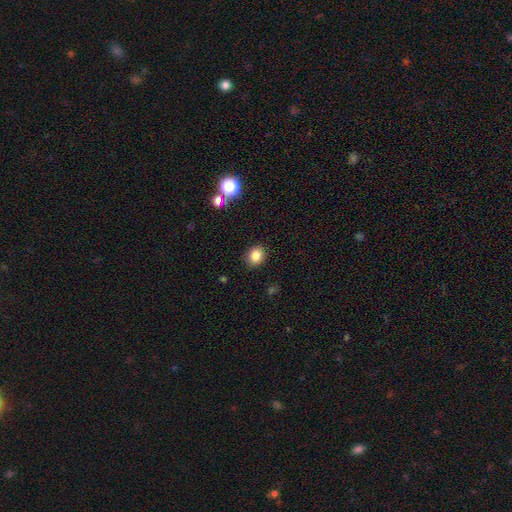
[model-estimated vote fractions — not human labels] The model was most divided on "how rounded": round: 64%, in between: 35%, cigar-shaped: 1%. More confident: merging — none (90%); smooth or featured — smooth (83%).